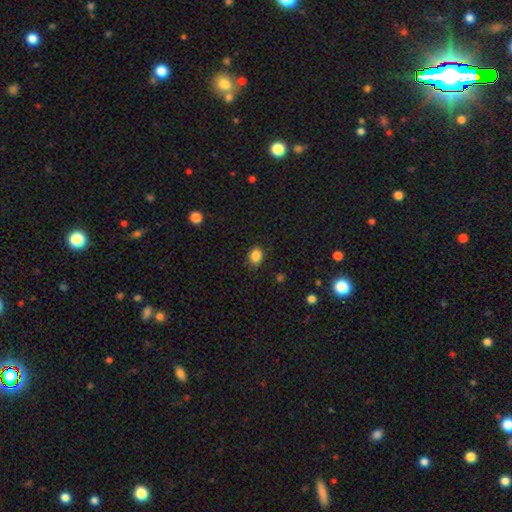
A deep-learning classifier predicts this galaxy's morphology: Smooth or featured? Predicted: smooth (p=0.86). How rounded? Predicted: in between (p=0.55). Merging? Predicted: none (p=0.87).